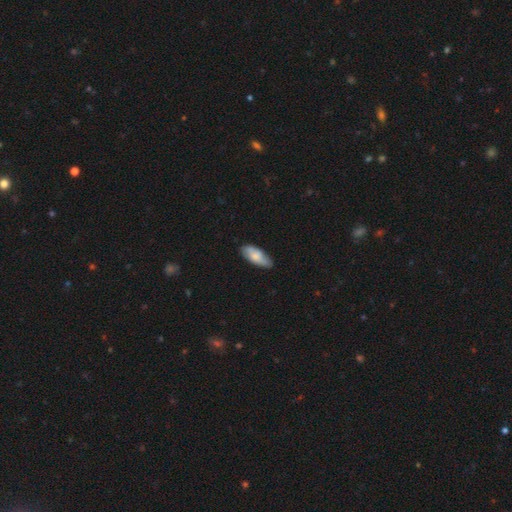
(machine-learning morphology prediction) smooth-or-featured: smooth: 69% | featured or disk: 25% | star or artifact: 6%
  how-rounded: in between: 82% | cigar-shaped: 16% | round: 2%
  merging: none: 77% | minor disturbance: 19% | major disturbance: 3% | merger: 1%